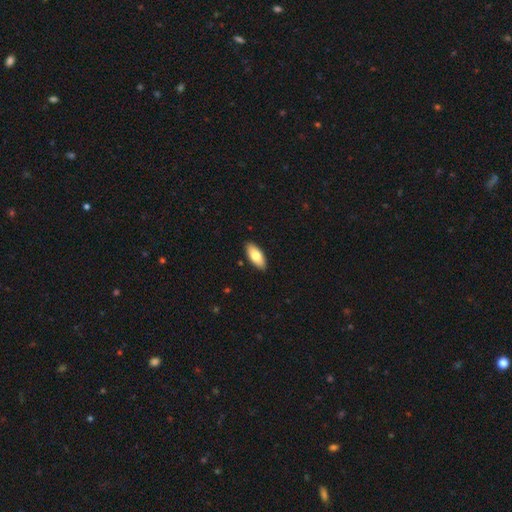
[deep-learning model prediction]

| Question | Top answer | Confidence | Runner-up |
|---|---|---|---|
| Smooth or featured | smooth | 78% | featured or disk (16%) |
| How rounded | in between | 86% | cigar-shaped (12%) |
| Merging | none | 90% | minor disturbance (8%) |